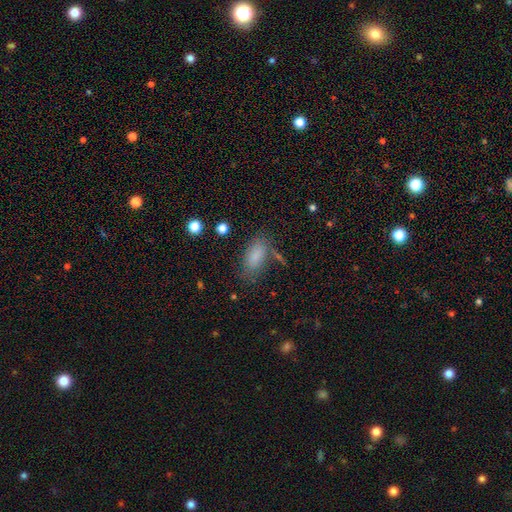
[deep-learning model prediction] Smooth or featured? Predicted: smooth (p=0.82). How rounded? Predicted: in between (p=0.90). Merging? Predicted: none (p=0.65).